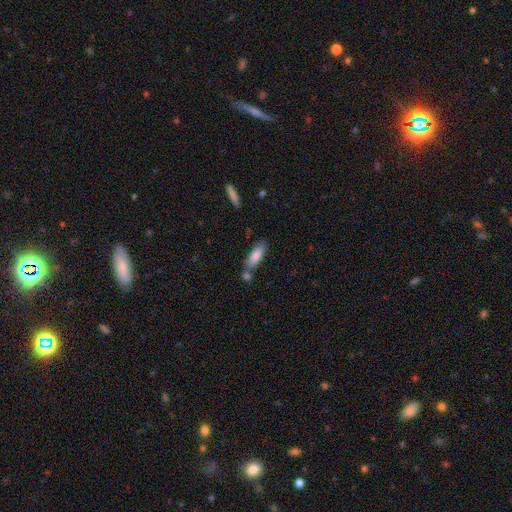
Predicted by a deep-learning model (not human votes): smooth-or-featured: smooth: 83% | featured or disk: 11% | star or artifact: 6%
  how-rounded: in between: 61% | cigar-shaped: 37% | round: 2%
  merging: none: 63% | merger: 18% | minor disturbance: 15% | major disturbance: 4%